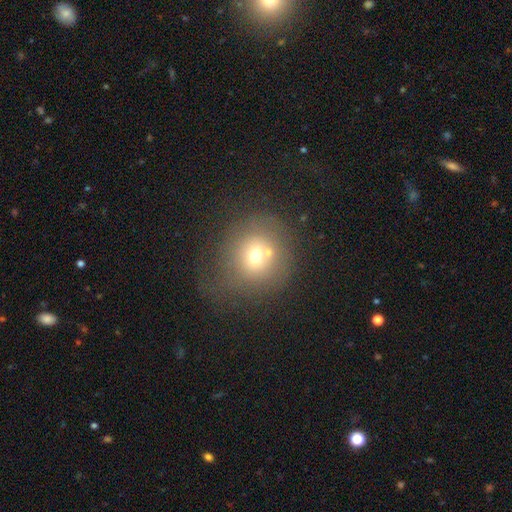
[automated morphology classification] This is likely a smooth galaxy (64%). How rounded: clearly round (87%). Merging: possibly none (51%).